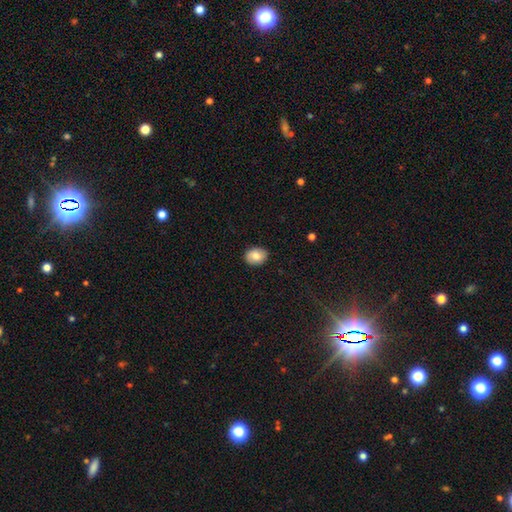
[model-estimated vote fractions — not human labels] Smooth or featured: smooth — 81% (featured or disk — 11%)
How rounded: in between — 55% (round — 45%)
Merging: none — 90% (minor disturbance — 8%)